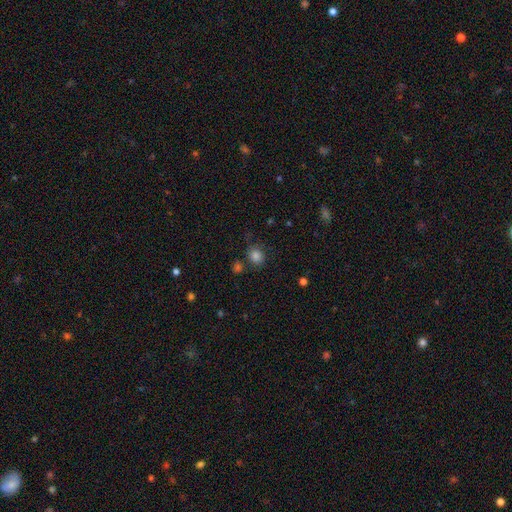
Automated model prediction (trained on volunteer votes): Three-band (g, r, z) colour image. It shows a smooth galaxy with no disk features (81%) that is round (72%). Merging: none (72%).